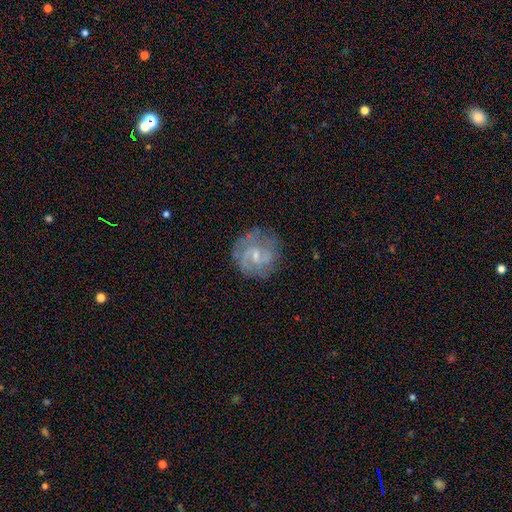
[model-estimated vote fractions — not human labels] This is likely a featured or disk galaxy (74%). It is clearly not viewed edge-on (98%). Bar: possibly weak (55%). Spiral arm pattern: clearly yes (88%). Spiral arm count: possibly 2 (50%). Spiral winding: marginally tight (43%). Central bulge: likely small (61%). Merging: likely none (70%).